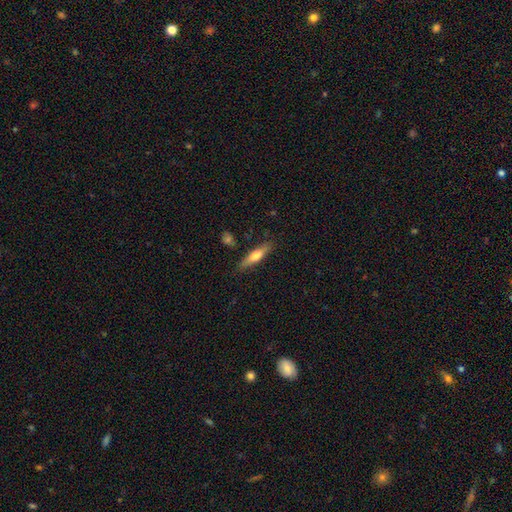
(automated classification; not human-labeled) Morphology: type=smooth (60%); roundness=cigar-shaped (75%); merging=none (83%).